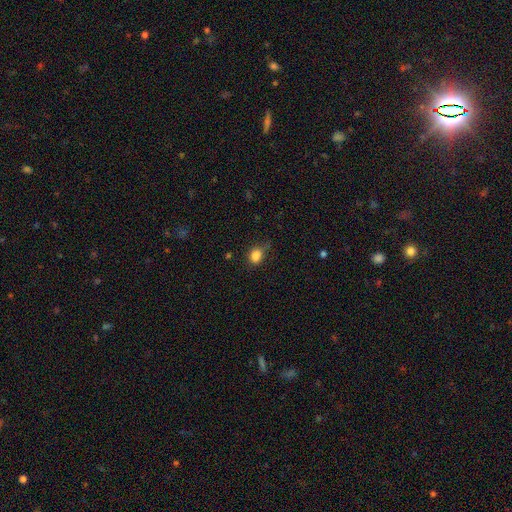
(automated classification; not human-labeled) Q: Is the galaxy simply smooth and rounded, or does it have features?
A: smooth — 84%.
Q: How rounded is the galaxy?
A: round — 53%.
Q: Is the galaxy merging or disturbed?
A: none — 62%.